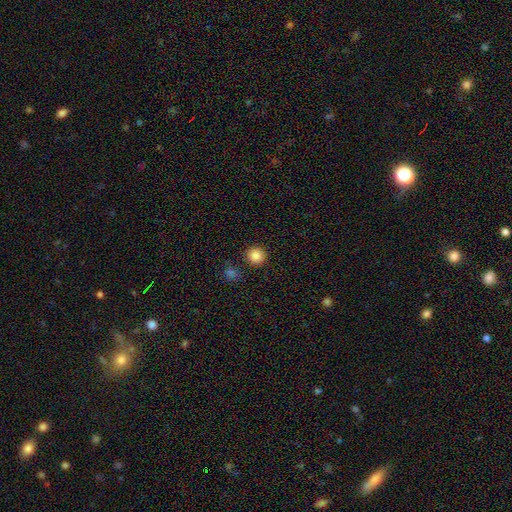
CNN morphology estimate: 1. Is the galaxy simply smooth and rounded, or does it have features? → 87% smooth, 10% star or artifact, 3% featured or disk.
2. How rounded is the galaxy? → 92% round, 7% in between, 1% cigar-shaped.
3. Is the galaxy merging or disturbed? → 88% none, 6% minor disturbance, 4% merger, 2% major disturbance.